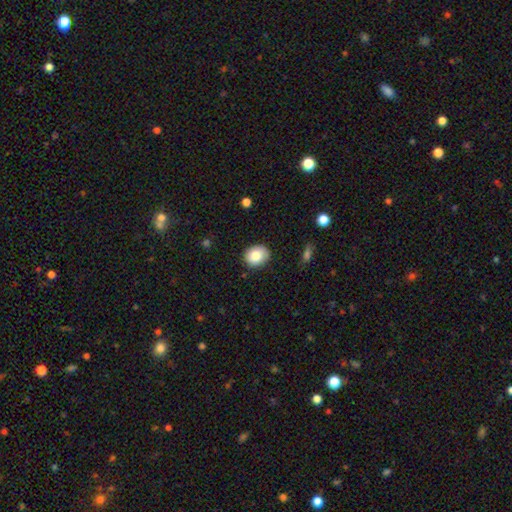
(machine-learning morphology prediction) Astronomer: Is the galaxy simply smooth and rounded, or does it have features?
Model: smooth — 83%.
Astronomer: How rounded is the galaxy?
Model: round — 58% (runner-up: in between, 41%).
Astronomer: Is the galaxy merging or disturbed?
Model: none — 85%.